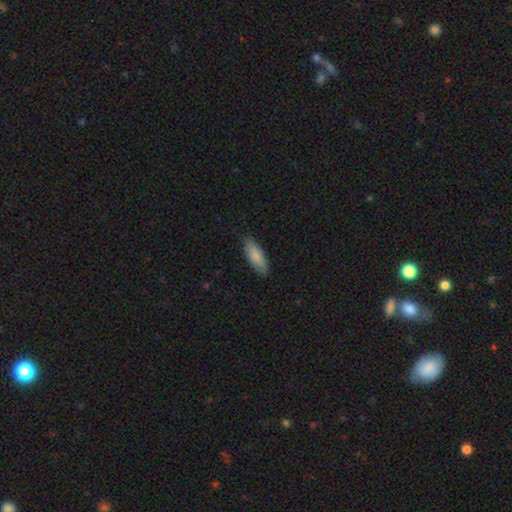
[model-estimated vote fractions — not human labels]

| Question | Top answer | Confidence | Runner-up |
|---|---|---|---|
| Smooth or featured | smooth | 83% | featured or disk (12%) |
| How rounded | in between | 66% | cigar-shaped (32%) |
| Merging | none | 83% | minor disturbance (14%) |